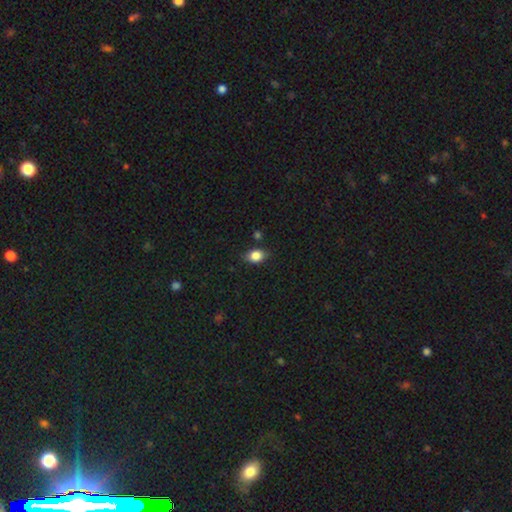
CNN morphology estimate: A smooth galaxy with no disk features (82%) that is in between round and cigar-shaped (71%).

Vote fractions:
- Smooth or featured? smooth: 82% / star or artifact: 9% / featured or disk: 8%
- How rounded? in between: 71% / round: 27% / cigar-shaped: 2%
- Merging? none: 80% / minor disturbance: 15% / major disturbance: 3% / merger: 2%